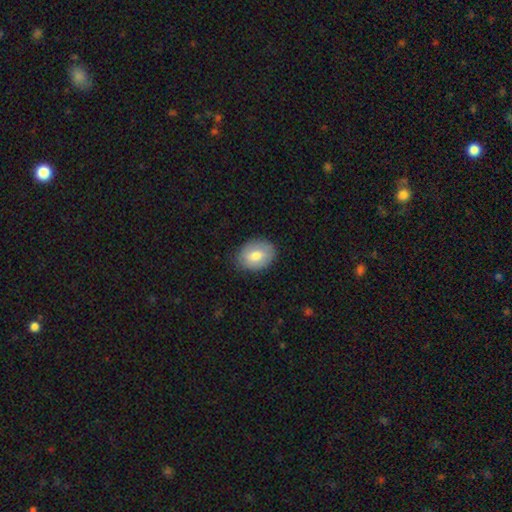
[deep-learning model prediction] Smooth or featured? smooth (71%)
How rounded? in between (71%)
Merging? none (81%)